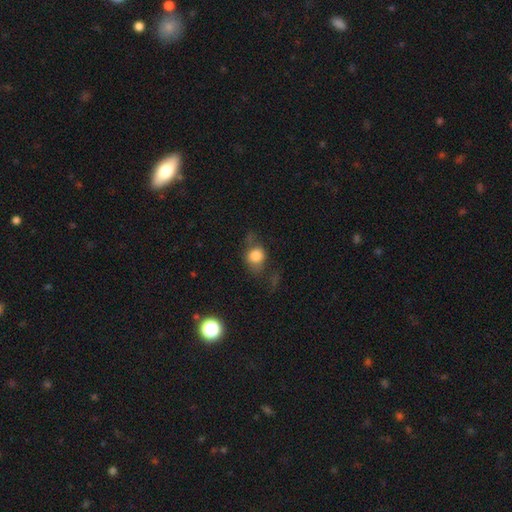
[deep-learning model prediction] The model was most divided on "how rounded": round: 56%, in between: 41%, cigar-shaped: 3%. More confident: smooth or featured — smooth (70%); merging — none (51%).